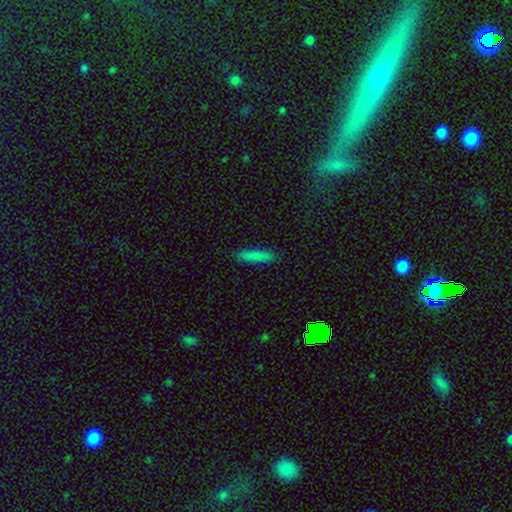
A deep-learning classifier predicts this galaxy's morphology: smooth 83%, star or artifact 9%, featured or disk 8%. Down the decision tree: how rounded — cigar-shaped (79%); merging — none (88%).